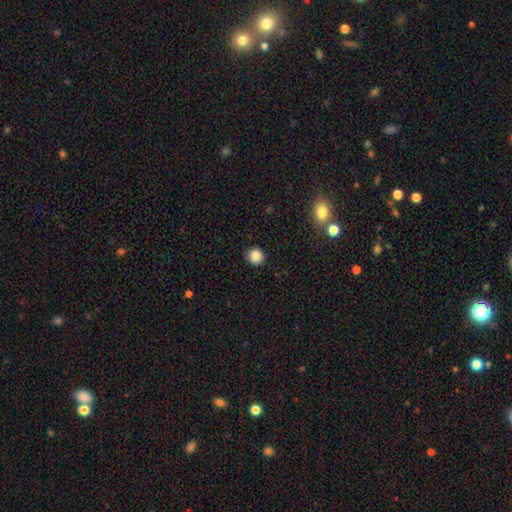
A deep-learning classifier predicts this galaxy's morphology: This is clearly a smooth galaxy (86%). How rounded: clearly round (93%). Merging: clearly none (91%).